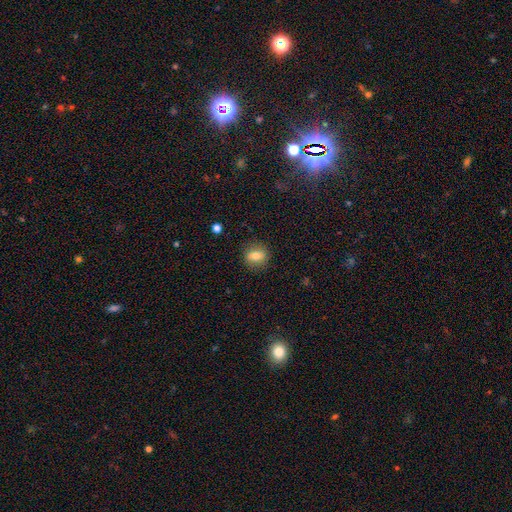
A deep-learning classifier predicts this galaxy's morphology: This is likely a smooth galaxy (75%). How rounded: possibly round (58%). Merging: clearly none (86%).